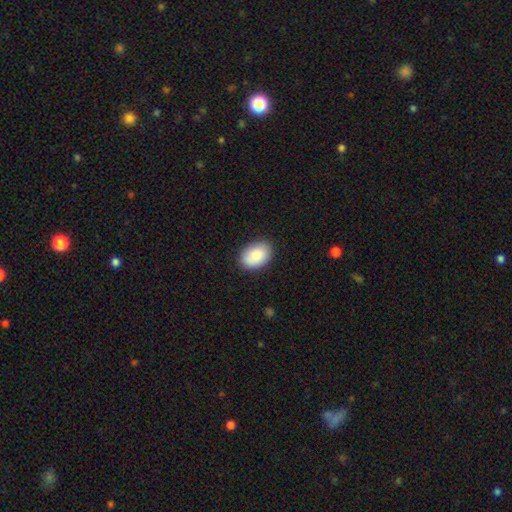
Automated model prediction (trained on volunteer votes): The model was most divided on "how rounded": in between: 85%, round: 14%, cigar-shaped: 1%. More confident: smooth or featured — smooth (88%); merging — none (86%).